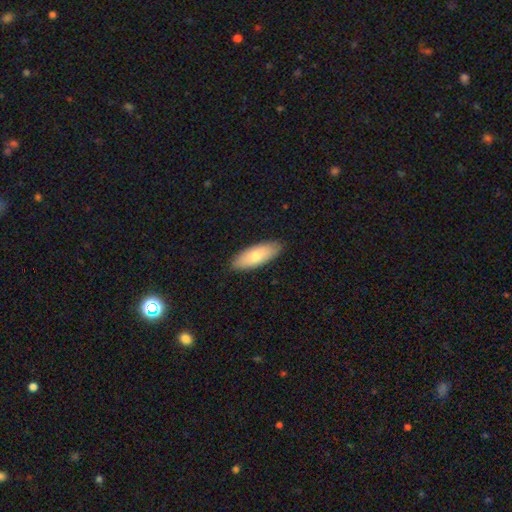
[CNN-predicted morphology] Smooth or featured?
  - smooth: 73% *
  - featured or disk: 21%
  - star or artifact: 5%
How rounded?
  - in between: 72% *
  - cigar-shaped: 26%
  - round: 2%
Merging?
  - none: 89% *
  - minor disturbance: 9%
  - major disturbance: 2%
  - merger: 1%